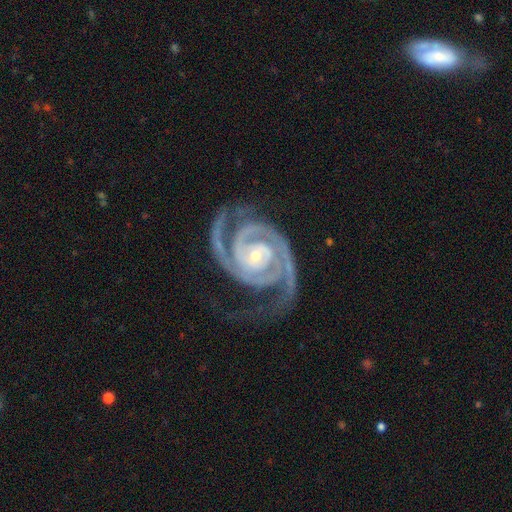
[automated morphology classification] This appears to be a featured or disk galaxy (94%) with no bar (62%), 2 (84%) tight (68%) spiral arms (99%) and a small central bulge (67%). Merging: none (69%).